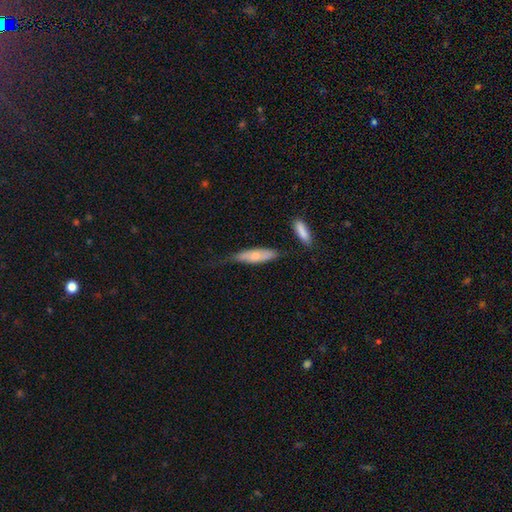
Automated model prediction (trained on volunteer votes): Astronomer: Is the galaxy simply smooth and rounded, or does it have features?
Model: smooth — 62%.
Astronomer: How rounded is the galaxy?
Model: cigar-shaped — 63%.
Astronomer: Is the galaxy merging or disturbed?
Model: none — 51% (runner-up: minor disturbance, 32%).